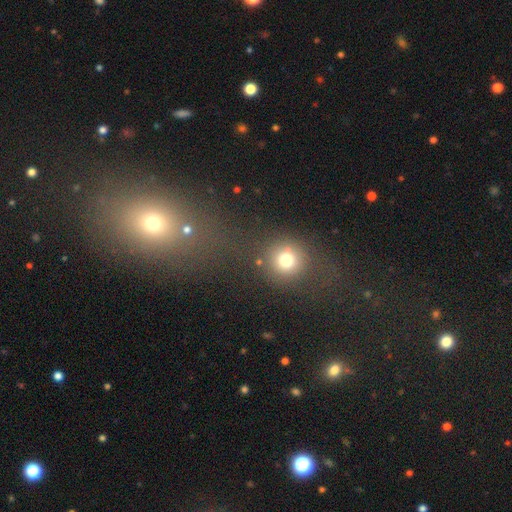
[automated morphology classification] Q: Smooth or featured?
A: smooth (50%); runner-up: star or artifact (40%)
Q: Merging?
A: merger (47%); runner-up: none (39%)